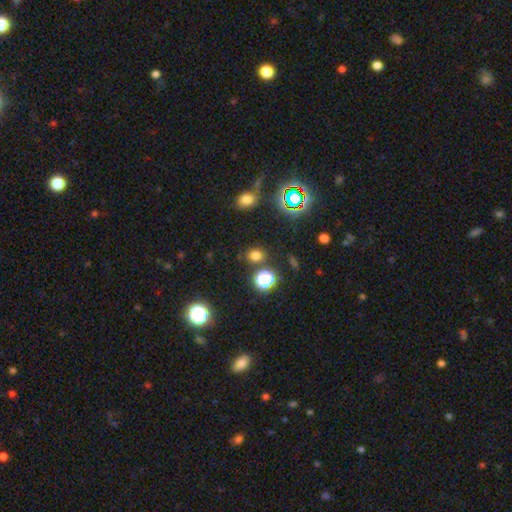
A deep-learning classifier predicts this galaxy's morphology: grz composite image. It shows a smooth galaxy with no disk features (69%) that is round (69%). Merging: none (80%).